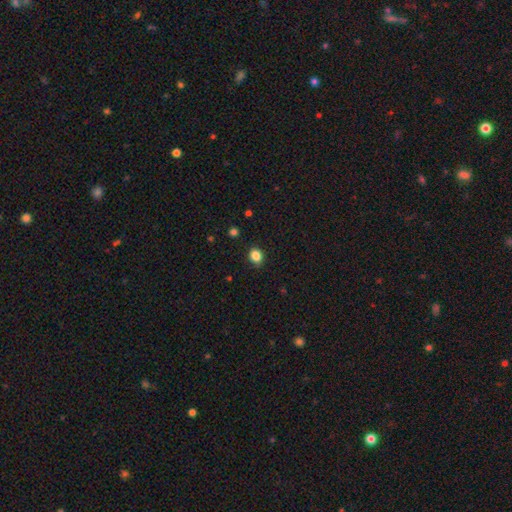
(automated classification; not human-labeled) Smooth or featured: smooth — 85% (star or artifact — 11%)
How rounded: round — 62% (in between — 37%)
Merging: none — 84% (minor disturbance — 12%)